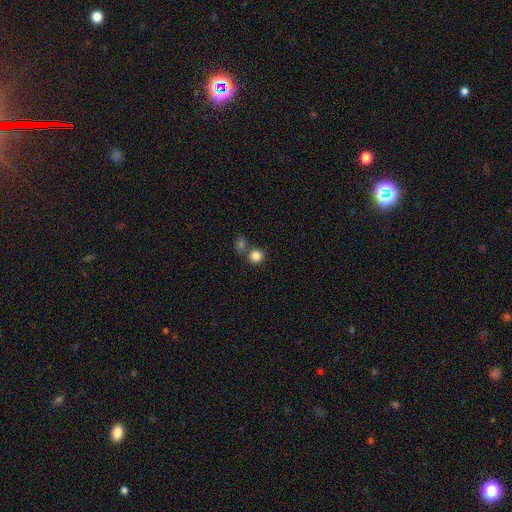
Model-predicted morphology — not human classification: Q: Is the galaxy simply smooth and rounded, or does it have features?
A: smooth — 84%.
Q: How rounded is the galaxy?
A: round — 88%.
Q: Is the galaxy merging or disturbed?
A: none — 65%.